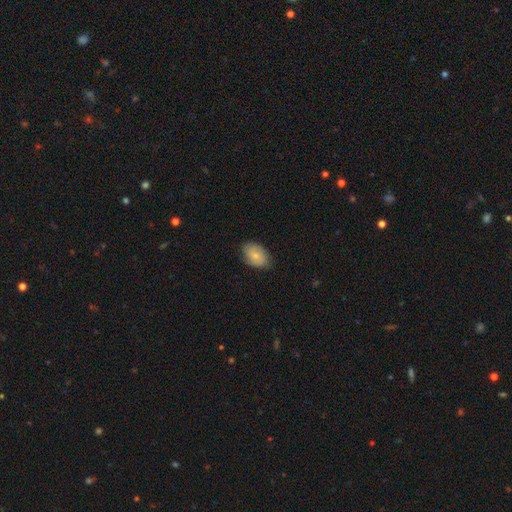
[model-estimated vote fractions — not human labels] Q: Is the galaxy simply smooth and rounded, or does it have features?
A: smooth — 69%.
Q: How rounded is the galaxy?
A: in between — 87%.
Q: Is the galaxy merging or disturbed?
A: none — 80%.